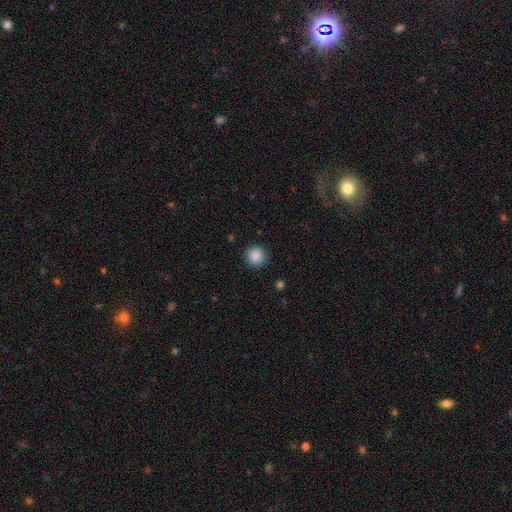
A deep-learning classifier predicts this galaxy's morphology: type=smooth (88%); roundness=round (93%); merging=none (89%).